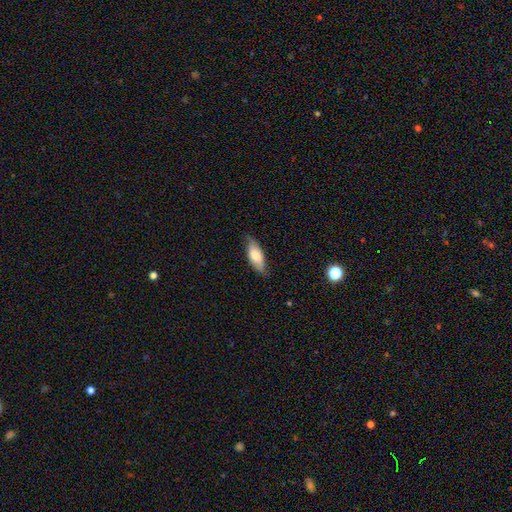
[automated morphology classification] Smooth or featured: smooth — 70% (featured or disk — 24%)
How rounded: in between — 75% (cigar-shaped — 23%)
Merging: none — 78% (minor disturbance — 18%)